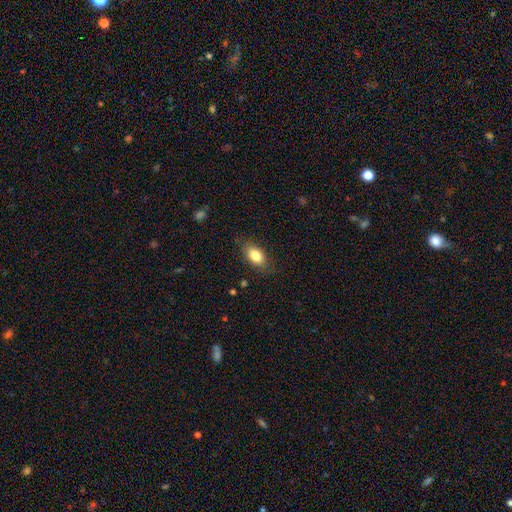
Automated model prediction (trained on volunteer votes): Smooth or featured? Predicted: smooth (p=0.83). How rounded? Predicted: in between (p=0.89). Merging? Predicted: none (p=0.81).